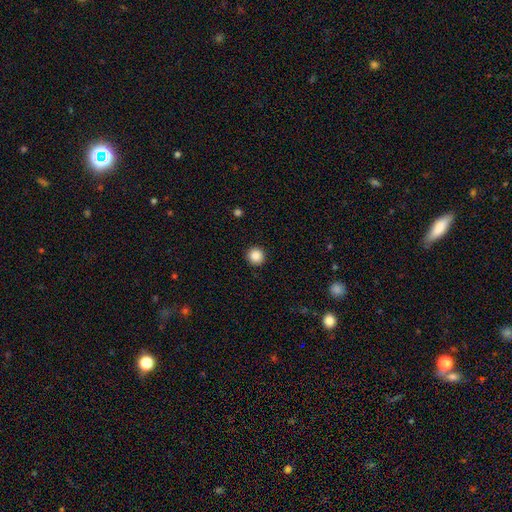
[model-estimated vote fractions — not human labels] Smooth or featured? smooth (87%)
How rounded? round (96%)
Merging? none (93%)